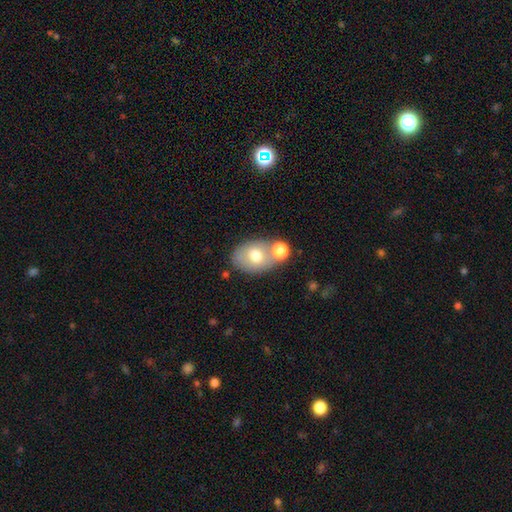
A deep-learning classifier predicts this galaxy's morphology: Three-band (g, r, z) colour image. It shows a smooth galaxy with no disk features (69%) that is in between round and cigar-shaped (73%). Merging: none (53%).